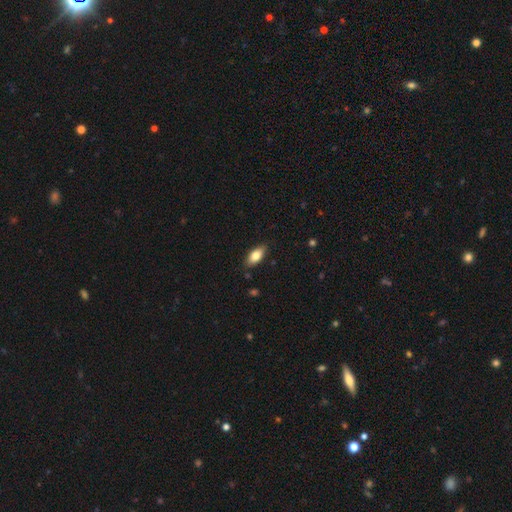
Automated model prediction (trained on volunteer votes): A smooth galaxy with no disk features (79%) that is in between round and cigar-shaped (86%). Merging: none (85%).